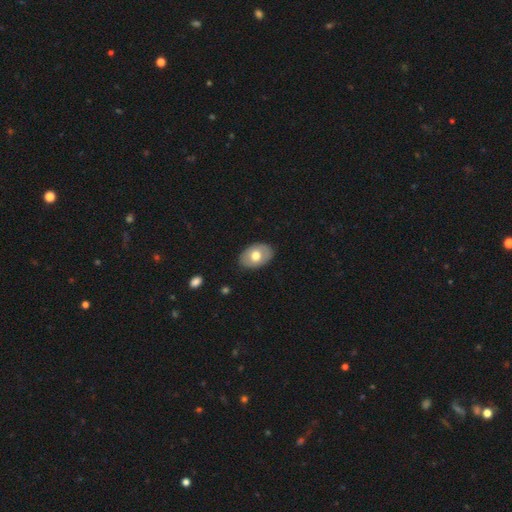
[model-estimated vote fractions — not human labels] smooth-or-featured: smooth: 66% | featured or disk: 28% | star or artifact: 6%
  how-rounded: in between: 84% | round: 15% | cigar-shaped: 1%
  merging: none: 85% | minor disturbance: 11% | major disturbance: 3% | merger: 1%